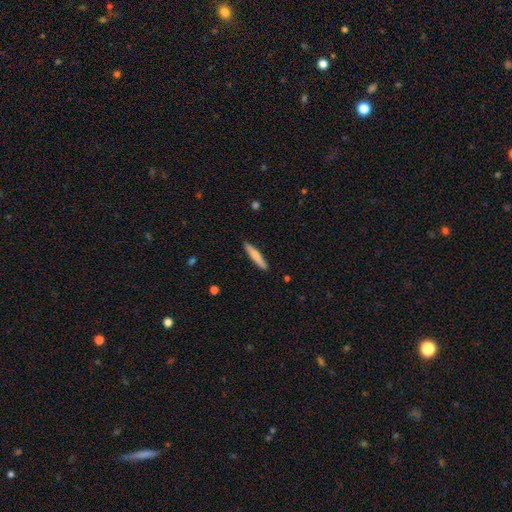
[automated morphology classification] Smooth or featured? Predicted: smooth (p=0.71). How rounded? Predicted: cigar-shaped (p=0.92). Merging? Predicted: none (p=0.89).